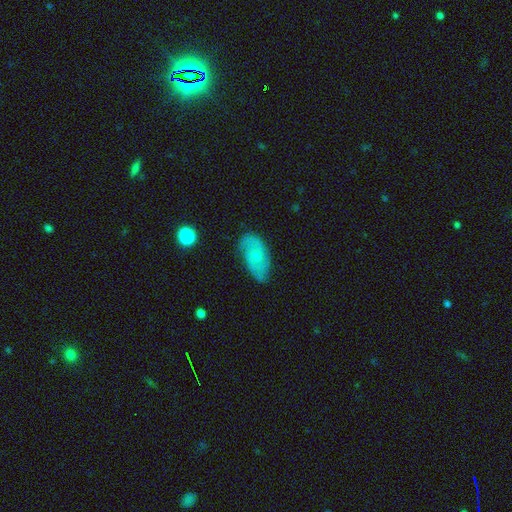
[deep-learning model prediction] smooth-or-featured: featured or disk: 54% | smooth: 39% | star or artifact: 8%
  disk-edge-on: no: 94% | yes: 6%
    bar: no: 72% | weak: 25% | strong: 4%
    has-spiral-arms: yes: 84% | no: 16%
    bulge-size: small: 72% | moderate: 19% | none: 6% | large: 1% | dominant: 1%
  merging: none: 72% | minor disturbance: 22% | major disturbance: 5% | merger: 2%